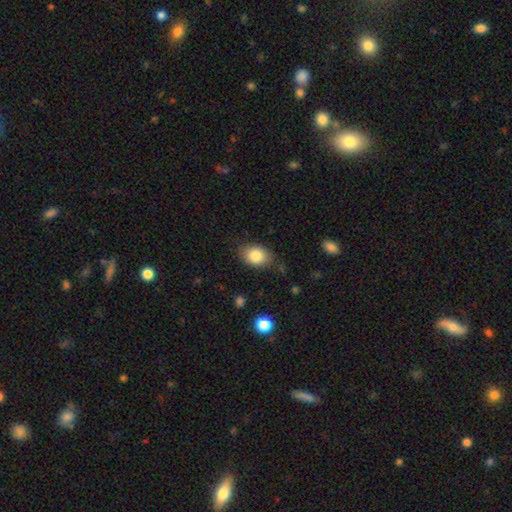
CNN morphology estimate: Q: Smooth or featured?
A: smooth (85%); runner-up: star or artifact (8%)
Q: How rounded?
A: in between (69%); runner-up: round (30%)
Q: Merging?
A: none (77%); runner-up: minor disturbance (17%)